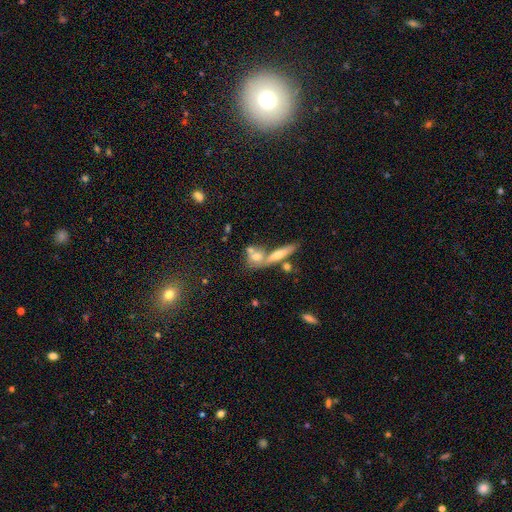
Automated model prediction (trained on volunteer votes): This is possibly a smooth galaxy (56%). How rounded: marginally in between (38%). Merging: marginally merger (43%).